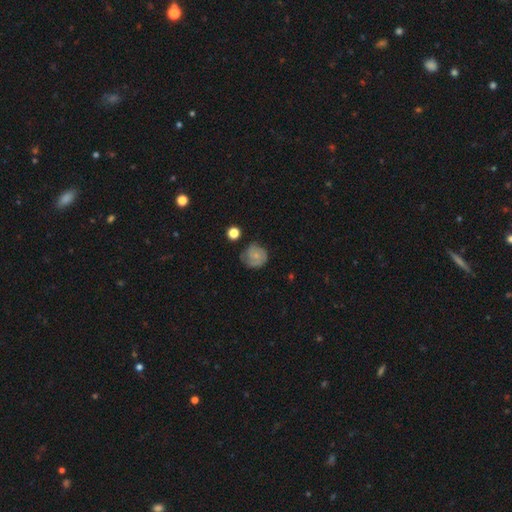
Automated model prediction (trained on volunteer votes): Smooth or featured? smooth (49%)
Merging? none (63%)